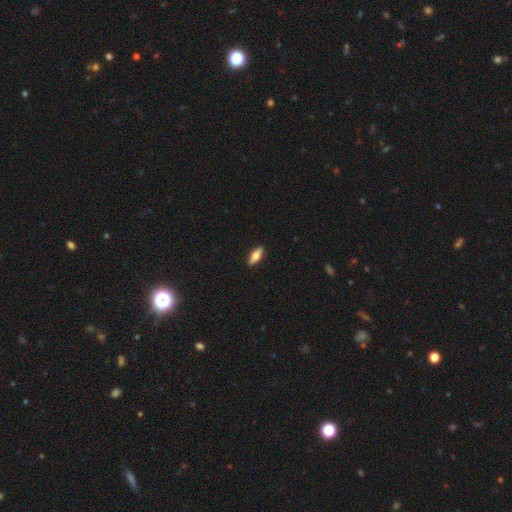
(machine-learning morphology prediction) smooth 64%, featured or disk 30%, star or artifact 6%. Down the decision tree: how rounded — in between (64%); merging — none (90%).